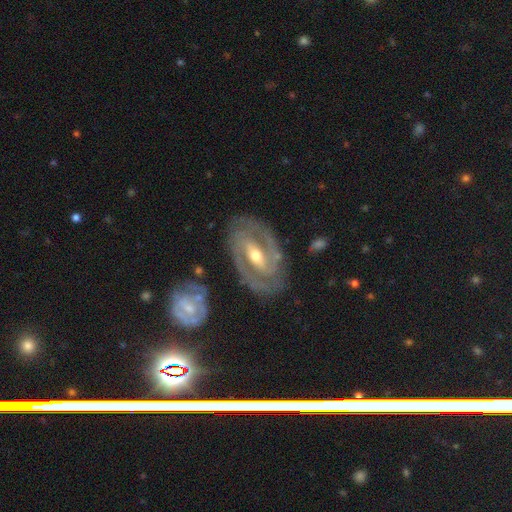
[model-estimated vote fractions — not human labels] The model was most divided on "bar": strong: 50%, weak: 34%, no: 16%. More confident: edge-on disk — no (95%); spiral arms — yes (93%); smooth or featured — featured or disk (88%); spiral arm count — 2 (86%); merging — none (79%); bulge size — moderate (62%); spiral winding — tight (55%).